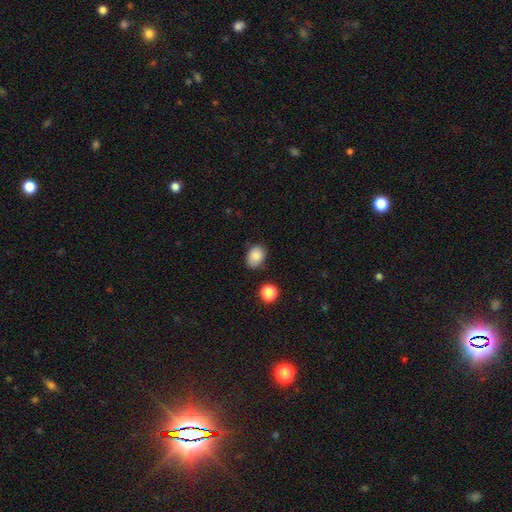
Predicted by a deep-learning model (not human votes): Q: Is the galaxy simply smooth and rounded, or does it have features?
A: smooth — 85%.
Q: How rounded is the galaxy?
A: in between — 67%.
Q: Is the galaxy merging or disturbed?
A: none — 78%.